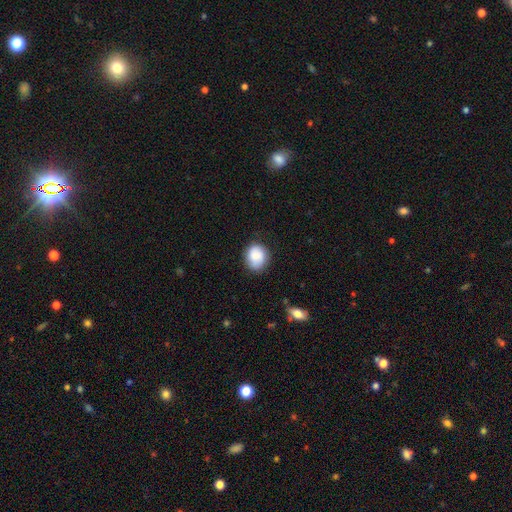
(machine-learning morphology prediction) Overall: smooth (82%). How rounded: round (63%; in between 36%). Merging: none (75%).